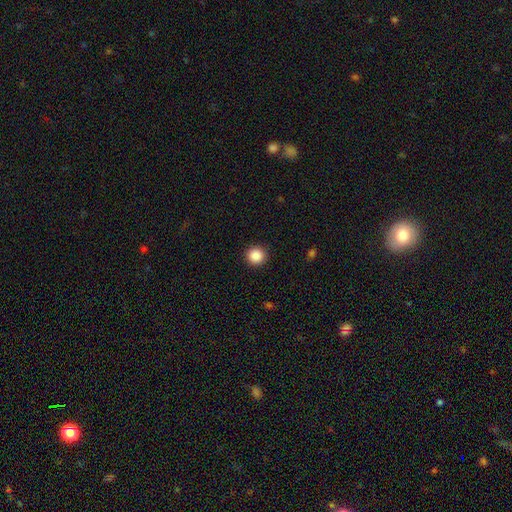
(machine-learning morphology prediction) Smooth or featured? Predicted: smooth (p=0.87). How rounded? Predicted: round (p=0.94). Merging? Predicted: none (p=0.92).